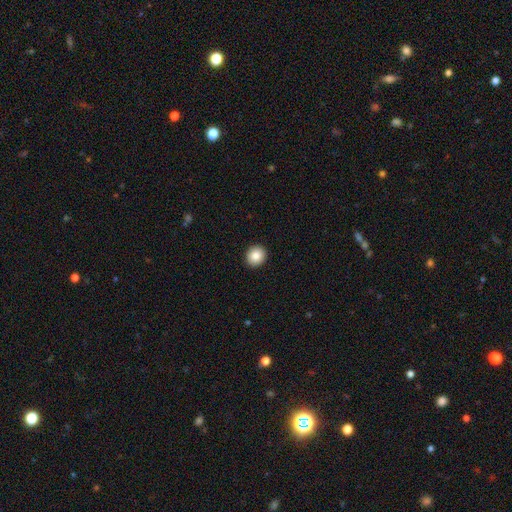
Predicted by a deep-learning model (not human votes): A smooth galaxy with no disk features (85%) that is round (87%). Merging: none (93%).